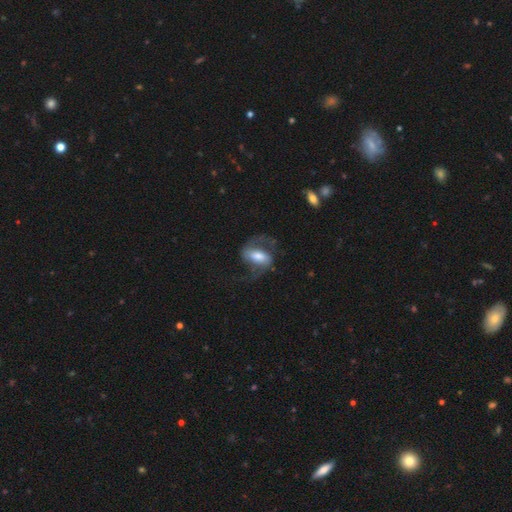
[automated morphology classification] Smooth or featured? featured or disk (78%)
Edge-on disk? no (96%)
Bar? strong (43%)
Spiral arms? yes (94%)
Spiral winding? medium (45%, tied with loose)
Spiral arm count? 2 (91%)
Bulge size? moderate (52%)
Merging? none (63%)